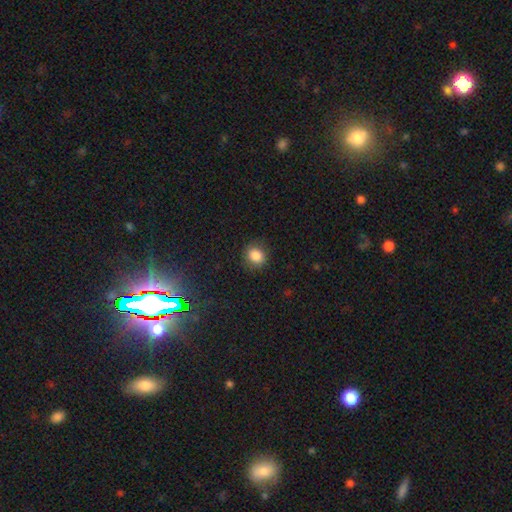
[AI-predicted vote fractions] Smooth or featured: smooth — 85% (star or artifact — 11%)
How rounded: round — 71% (in between — 28%)
Merging: none — 83% (minor disturbance — 12%)